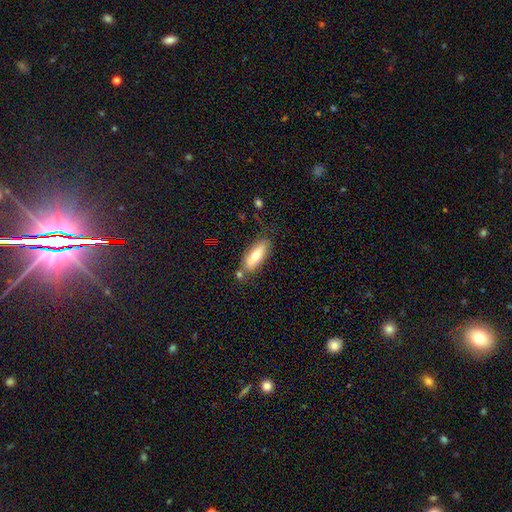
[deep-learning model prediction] Smooth or featured? smooth (65%)
How rounded? in between (69%)
Merging? none (69%)